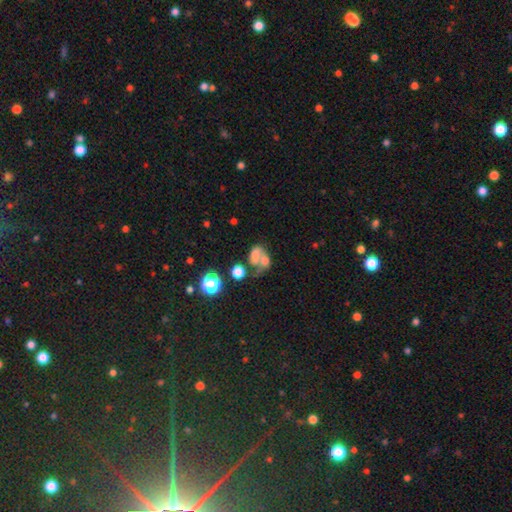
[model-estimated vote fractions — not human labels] smooth-or-featured: smooth: 50% | featured or disk: 34% | star or artifact: 16%
  merging: merger: 53% | major disturbance: 20% | none: 17% | minor disturbance: 10%